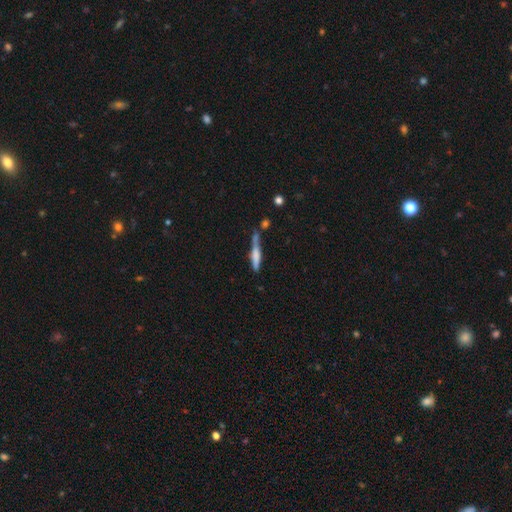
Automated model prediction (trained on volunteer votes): smooth_or_featured: smooth (p=0.54) [alt: featured or disk p=0.38]
how_rounded: cigar-shaped (p=0.87) [alt: in between p=0.11]
merging: none (p=0.50) [alt: minor disturbance p=0.22]